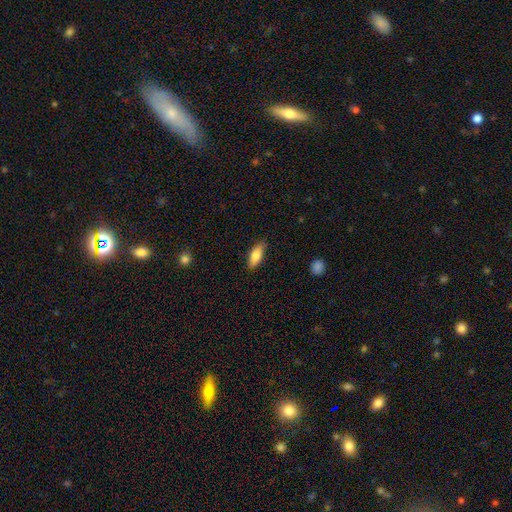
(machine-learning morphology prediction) Smooth or featured: smooth — 79% (featured or disk — 14%)
How rounded: in between — 77% (cigar-shaped — 20%)
Merging: none — 84% (minor disturbance — 13%)